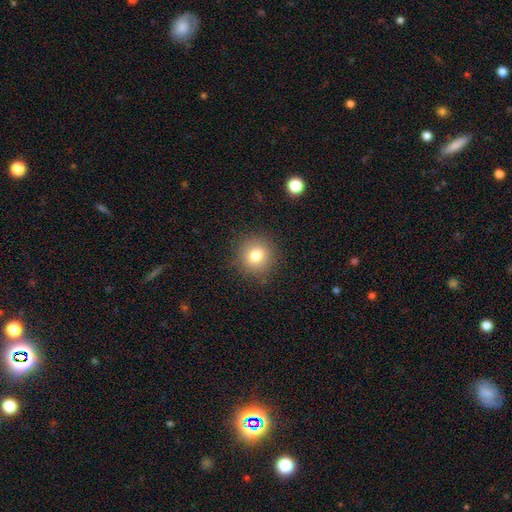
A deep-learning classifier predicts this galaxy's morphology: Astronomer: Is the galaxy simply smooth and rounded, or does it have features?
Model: smooth — 79%.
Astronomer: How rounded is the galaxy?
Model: round — 91%.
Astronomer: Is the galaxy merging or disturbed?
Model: none — 87%.